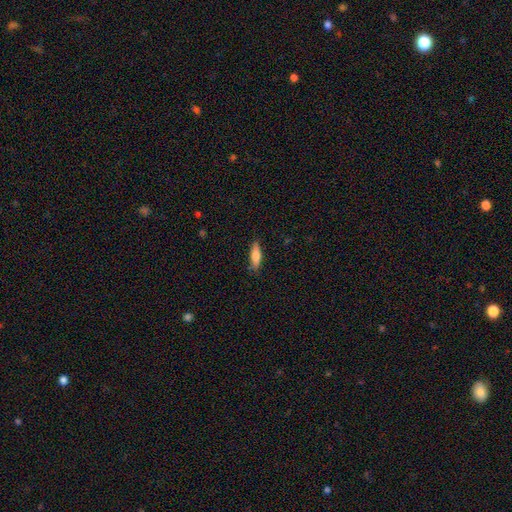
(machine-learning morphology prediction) Smooth or featured? smooth (75%)
How rounded? cigar-shaped (51%)
Merging? none (82%)